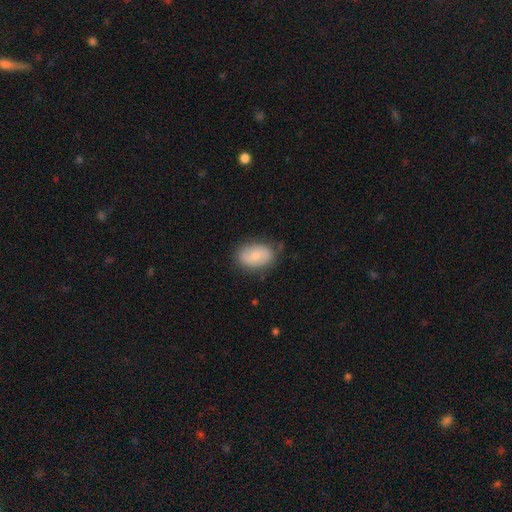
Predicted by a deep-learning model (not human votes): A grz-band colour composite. It shows a smooth galaxy with no disk features (64%) that is in between round and cigar-shaped (86%). Merging: none (77%).